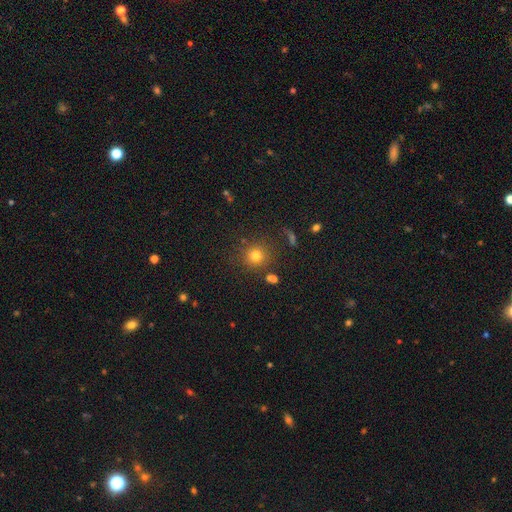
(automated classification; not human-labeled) smooth-or-featured: smooth: 77% | star or artifact: 15% | featured or disk: 8%
  how-rounded: round: 90% | in between: 8% | cigar-shaped: 1%
  merging: none: 81% | minor disturbance: 10% | merger: 5% | major disturbance: 4%